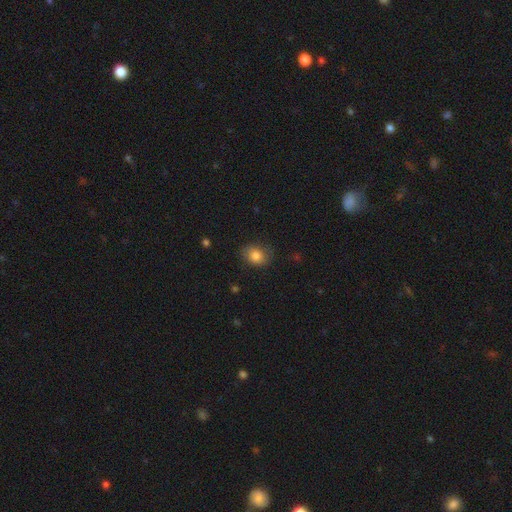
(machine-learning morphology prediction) smooth 83%, star or artifact 9%, featured or disk 8%. Down the decision tree: how rounded — in between (54%); merging — none (77%).